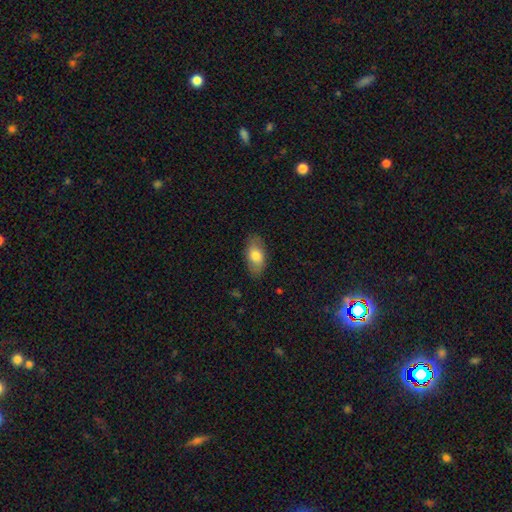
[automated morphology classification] A smooth galaxy with no disk features (76%) that is in between round and cigar-shaped (92%).

Vote fractions:
- Smooth or featured? smooth: 76% / featured or disk: 18% / star or artifact: 6%
- How rounded? in between: 92% / round: 4% / cigar-shaped: 4%
- Merging? none: 83% / minor disturbance: 13% / major disturbance: 3% / merger: 1%